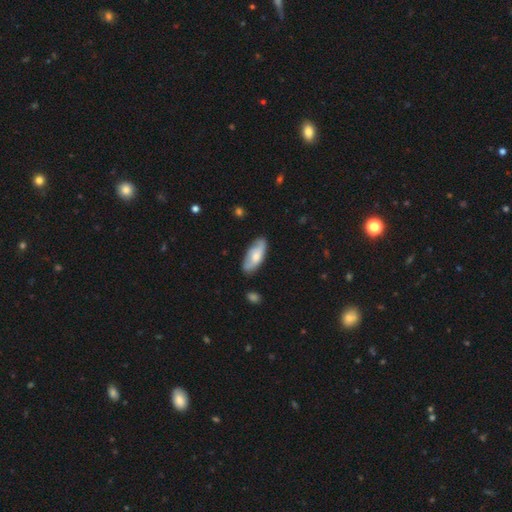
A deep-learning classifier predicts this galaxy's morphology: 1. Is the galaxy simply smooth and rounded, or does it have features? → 57% smooth, 37% featured or disk, 6% star or artifact.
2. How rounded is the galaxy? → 82% in between, 16% cigar-shaped, 2% round.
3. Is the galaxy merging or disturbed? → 74% none, 20% minor disturbance, 4% major disturbance, 2% merger.